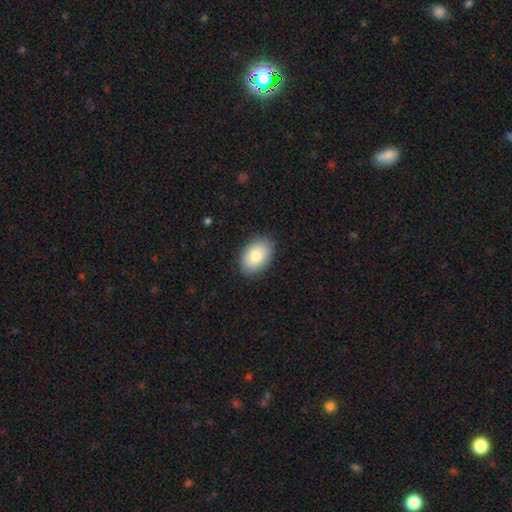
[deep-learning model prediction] smooth 80%, featured or disk 13%, star or artifact 7%. Down the decision tree: how rounded — in between (87%); merging — none (87%).